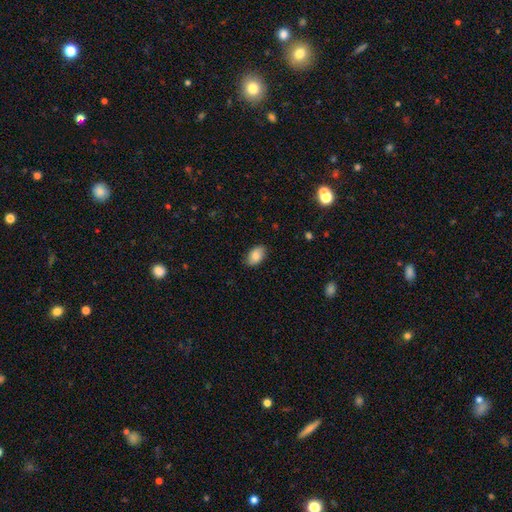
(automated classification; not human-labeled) smooth_or_featured: smooth (p=0.82) [alt: featured or disk p=0.11]
how_rounded: in between (p=0.91) [alt: round p=0.07]
merging: none (p=0.84) [alt: minor disturbance p=0.13]